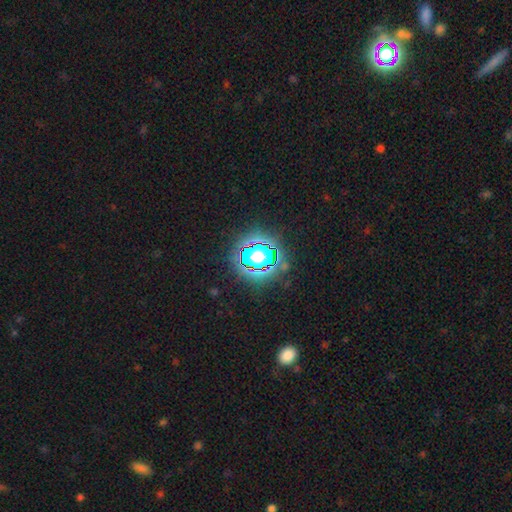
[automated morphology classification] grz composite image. It shows a star or artifact, not a galaxy (78%).